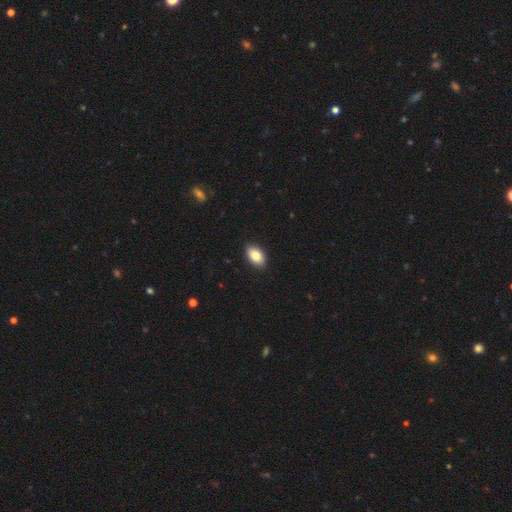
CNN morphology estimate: type=smooth (85%); roundness=in between (92%); merging=none (90%).